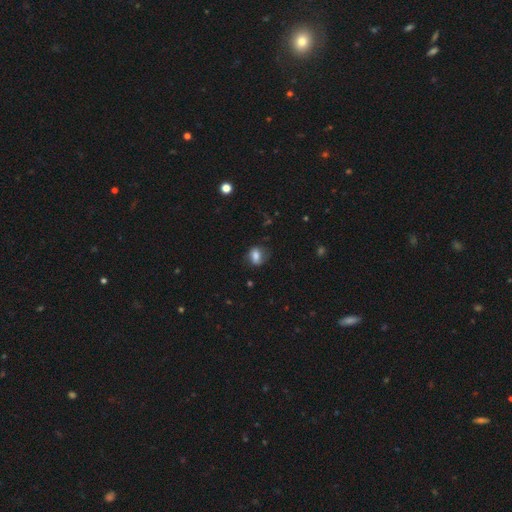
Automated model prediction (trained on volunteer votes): A smooth galaxy with no disk features (73%) that is in between round and cigar-shaped (66%).

Vote fractions:
- Smooth or featured? smooth: 73% / featured or disk: 18% / star or artifact: 9%
- How rounded? in between: 66% / round: 33% / cigar-shaped: 2%
- Merging? none: 64% / minor disturbance: 25% / major disturbance: 10% / merger: 2%